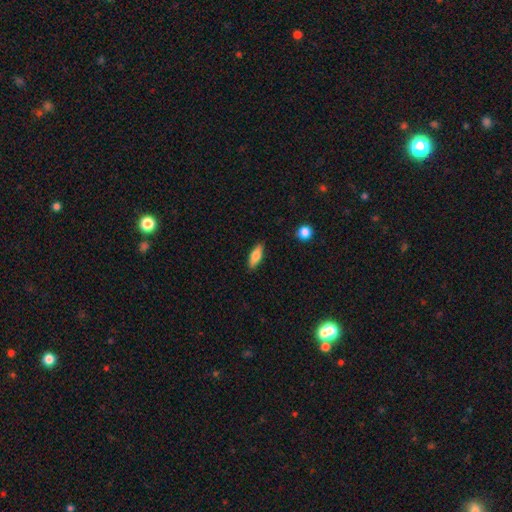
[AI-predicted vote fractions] This is likely a smooth galaxy (74%). How rounded: likely in between (67%). Merging: clearly none (87%).